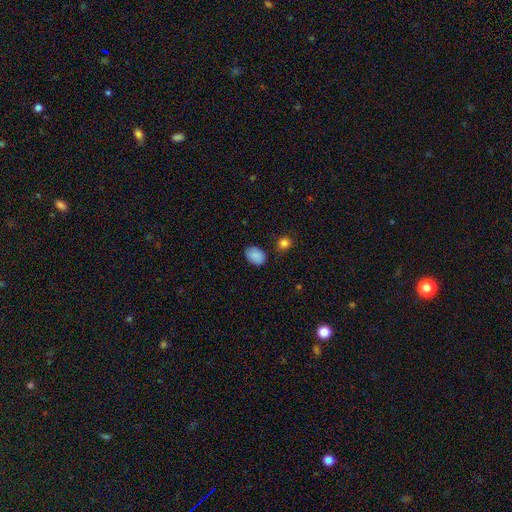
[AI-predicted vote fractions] A smooth galaxy with no disk features (86%) that is in between round and cigar-shaped (81%).

Vote fractions:
- Smooth or featured? smooth: 86% / star or artifact: 8% / featured or disk: 6%
- How rounded? in between: 81% / round: 18% / cigar-shaped: 1%
- Merging? none: 78% / minor disturbance: 16% / major disturbance: 3% / merger: 3%